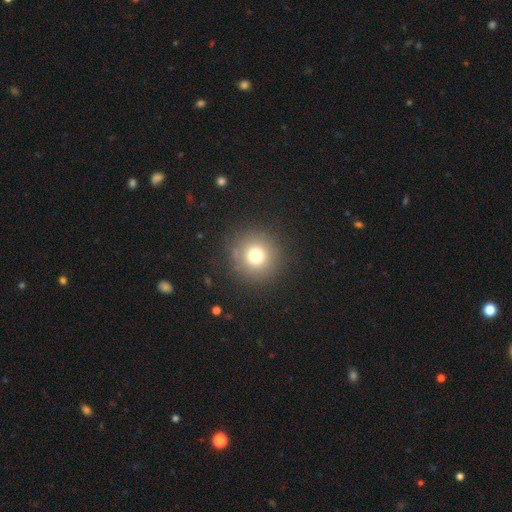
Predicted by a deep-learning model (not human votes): smooth_or_featured: smooth (p=0.74) [alt: star or artifact p=0.15]
how_rounded: round (p=0.95) [alt: in between p=0.04]
merging: none (p=0.87) [alt: minor disturbance p=0.07]